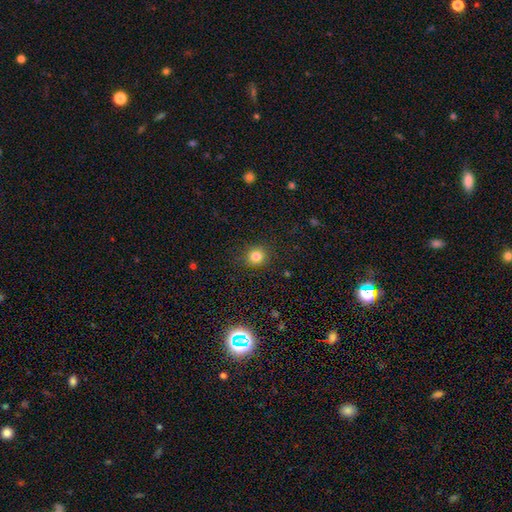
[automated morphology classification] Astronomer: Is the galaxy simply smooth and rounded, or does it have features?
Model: smooth — 81%.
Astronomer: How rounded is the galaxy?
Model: round — 89%.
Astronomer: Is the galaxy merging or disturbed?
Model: none — 89%.